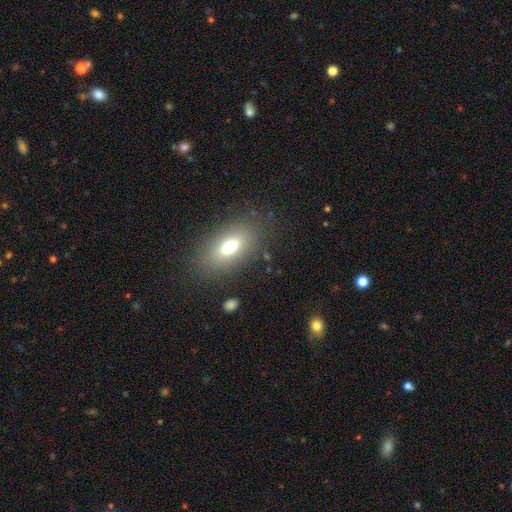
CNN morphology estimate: smooth 69%, star or artifact 16%, featured or disk 15%. Down the decision tree: how rounded — in between (88%); merging — none (87%).